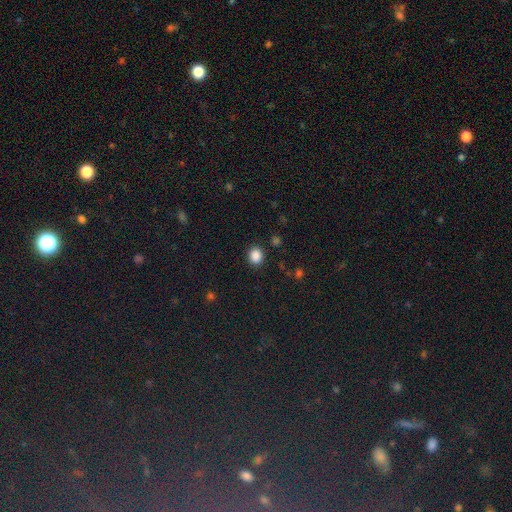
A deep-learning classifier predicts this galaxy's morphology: A smooth galaxy with no disk features (87%) that is round (69%). Merging: none (89%).